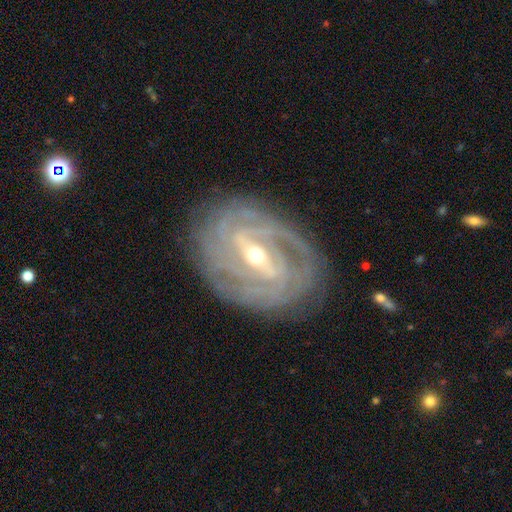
This appears to be a featured or disk galaxy (100%) with a strong bar (59%), more than 4 (27%) tight (54%) spiral arms (100%) and a moderate central bulge (49%, tied with small). Merging: none (82%).